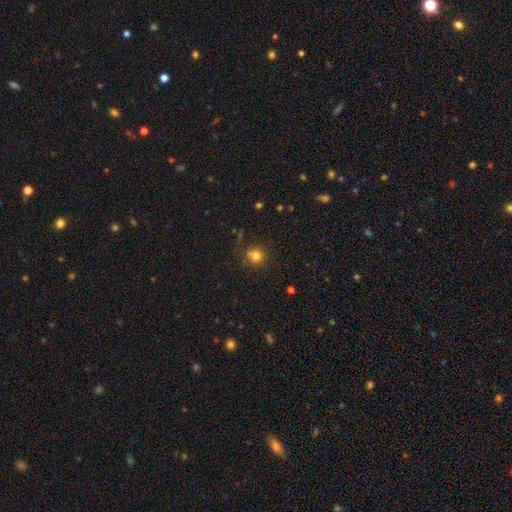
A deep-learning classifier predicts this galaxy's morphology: type=smooth (77%); roundness=round (90%); merging=none (75%).